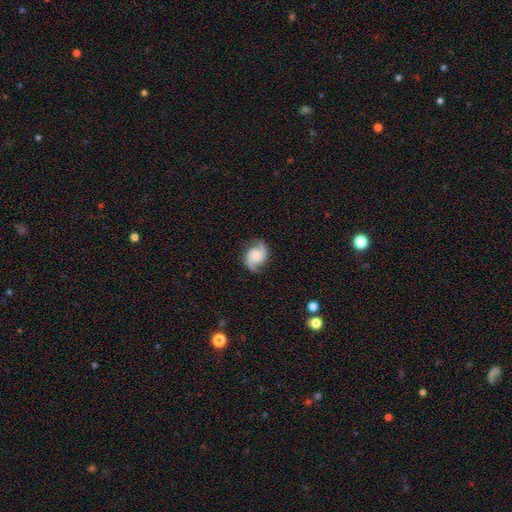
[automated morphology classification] The model was most divided on "bulge size": moderate: 40%, small: 37%, none: 12%, large: 9%, dominant: 2%. More confident: edge-on disk — no (98%); spiral arms — yes (97%); spiral arm count — 2 (93%); smooth or featured — featured or disk (82%); merging — none (81%); bar — no (59%); spiral winding — medium (50%).